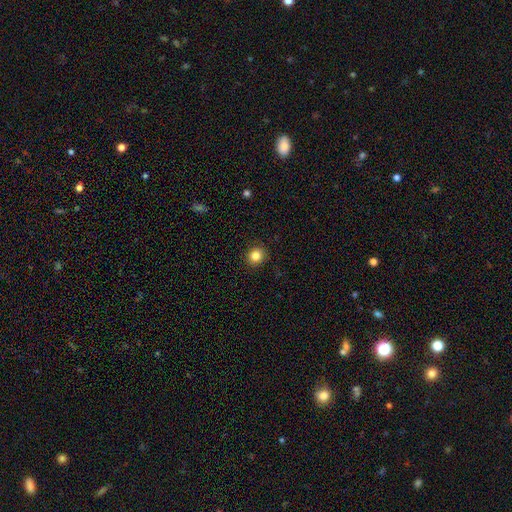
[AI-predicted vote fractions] A smooth galaxy with no disk features (84%) that is round (86%). Merging: none (91%).